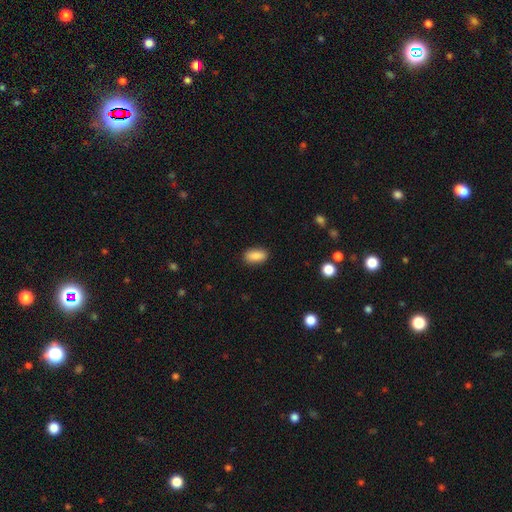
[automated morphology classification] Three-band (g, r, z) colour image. It shows a smooth galaxy with no disk features (88%) that is in between round and cigar-shaped (89%). Merging: none (88%).